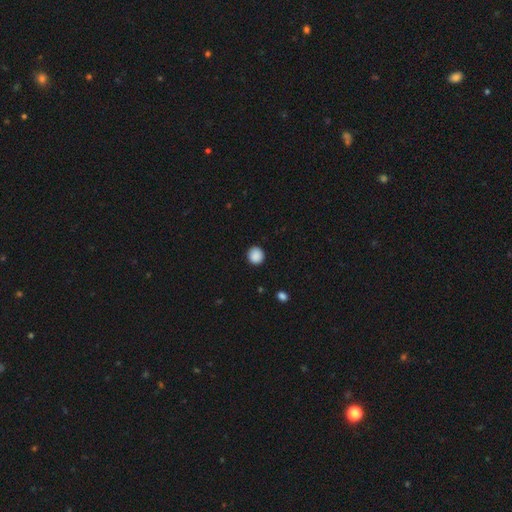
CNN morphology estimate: smooth-or-featured: smooth: 89% | star or artifact: 9% | featured or disk: 2%
  how-rounded: round: 92% | in between: 7% | cigar-shaped: 1%
  merging: none: 91% | minor disturbance: 6% | major disturbance: 2% | merger: 1%